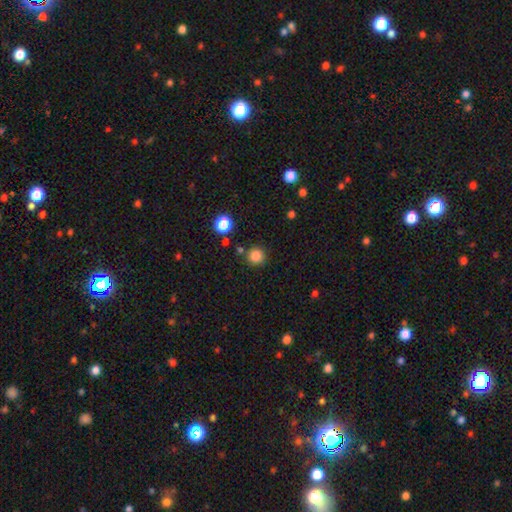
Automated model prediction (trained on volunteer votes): Morphology: type=smooth (84%); roundness=round (94%); merging=none (85%).